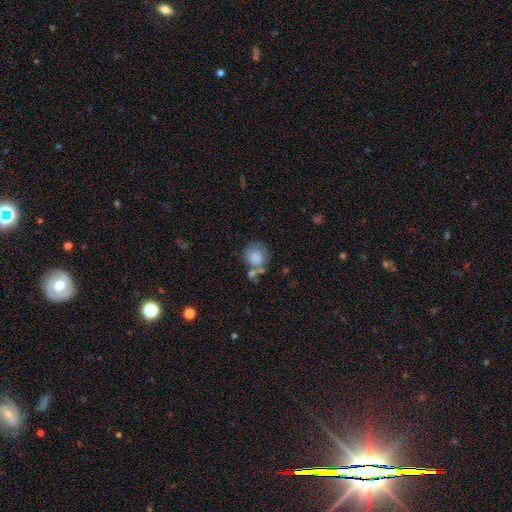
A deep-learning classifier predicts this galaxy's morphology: Q: Smooth or featured?
A: smooth (81%); runner-up: featured or disk (11%)
Q: How rounded?
A: round (78%); runner-up: in between (21%)
Q: Merging?
A: none (47%); runner-up: merger (25%)